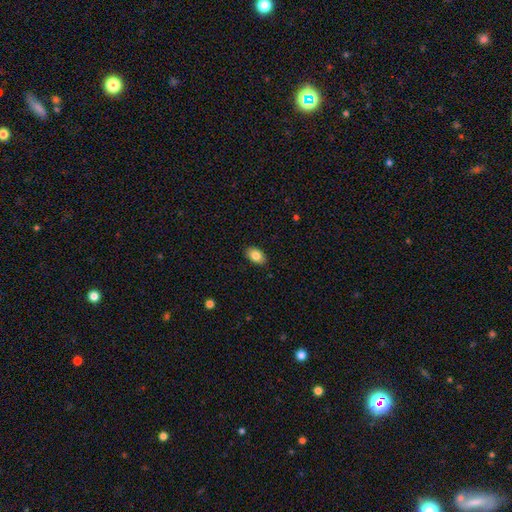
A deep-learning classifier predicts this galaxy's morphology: Smooth or featured? smooth (83%)
How rounded? in between (89%)
Merging? none (87%)